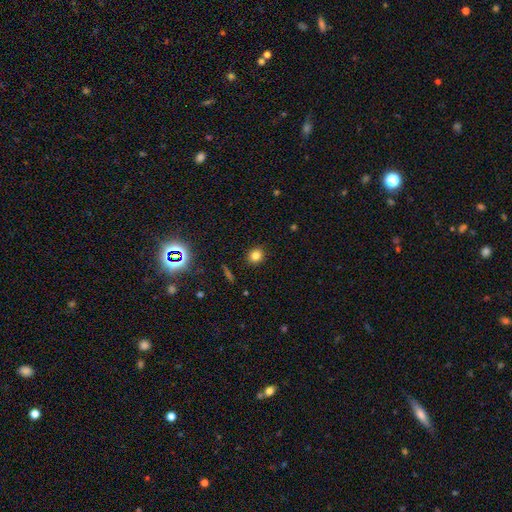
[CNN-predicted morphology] This appears to be a smooth galaxy with no disk features (79%) that is round (80%). Merging: none (90%).